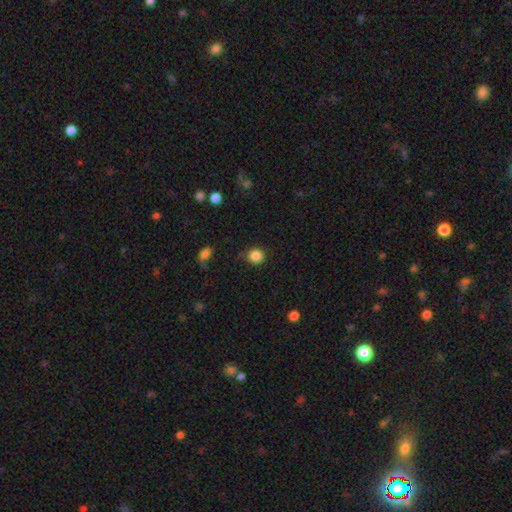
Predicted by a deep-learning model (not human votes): Smooth or featured? smooth (85%)
How rounded? round (88%)
Merging? none (83%)